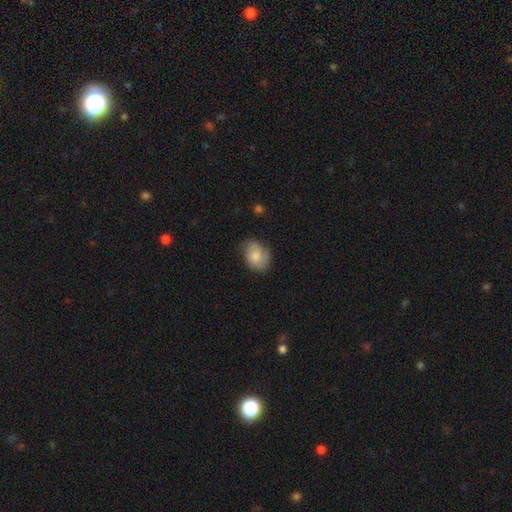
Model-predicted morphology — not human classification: Smooth or featured? Predicted: smooth (p=0.70). How rounded? Predicted: in between (p=0.68). Merging? Predicted: none (p=0.64).